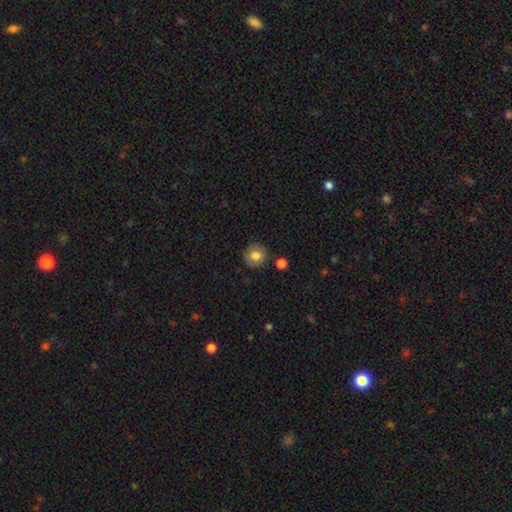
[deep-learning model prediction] This is likely a smooth galaxy (79%). How rounded: clearly round (90%). Merging: clearly none (83%).